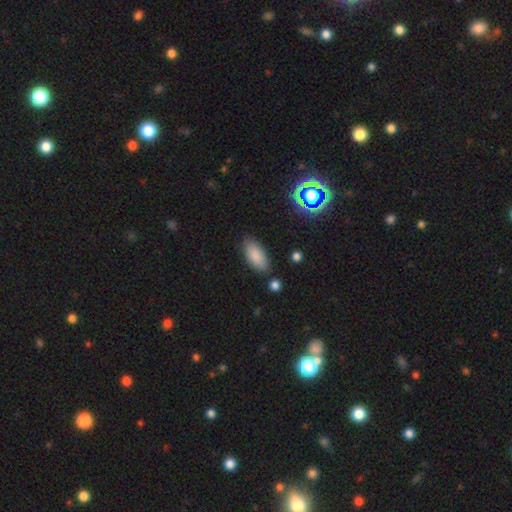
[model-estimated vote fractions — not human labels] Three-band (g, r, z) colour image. It shows a smooth galaxy with no disk features (86%) that is in between round and cigar-shaped (89%). Merging: none (84%).